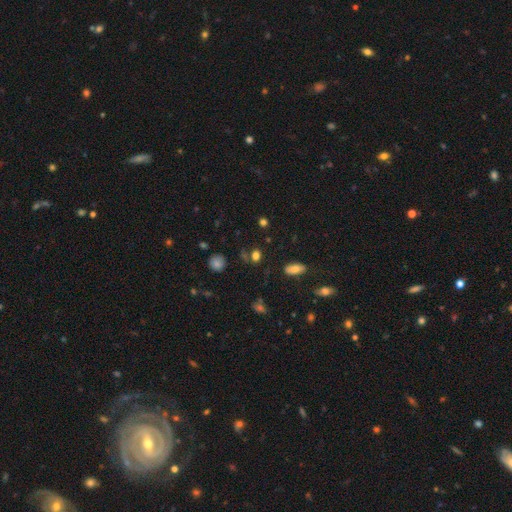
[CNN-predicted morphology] Overall: smooth (73%). How rounded: in between (53%; round 43%). Merging: none (71%).